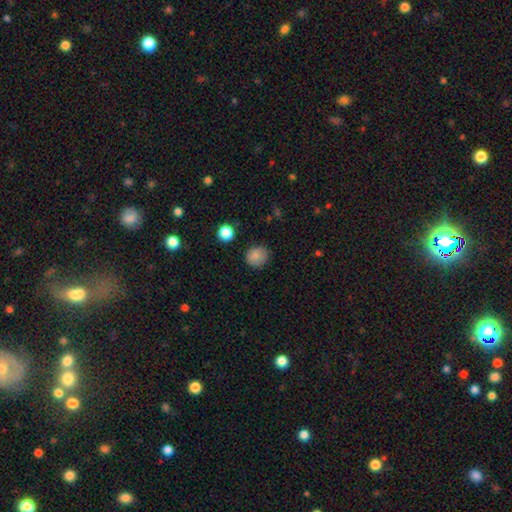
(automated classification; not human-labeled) This appears to be a smooth galaxy with no disk features (84%) that is round (83%). Merging: none (85%).